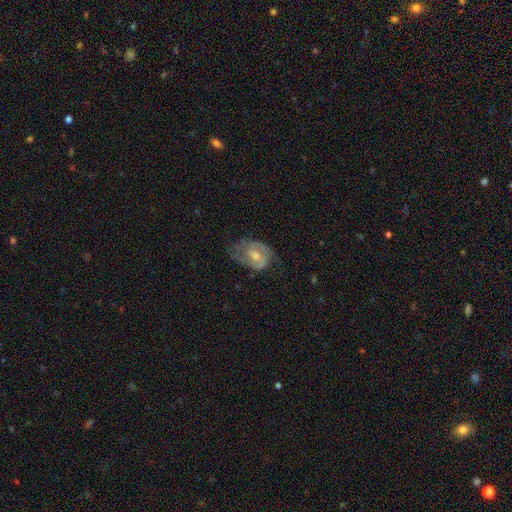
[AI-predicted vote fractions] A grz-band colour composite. It shows a featured or disk galaxy (77%) with a weak bar (49%), 2 (79%) medium (47%) spiral arms (92%) and a moderate central bulge (58%). Merging: none (64%).